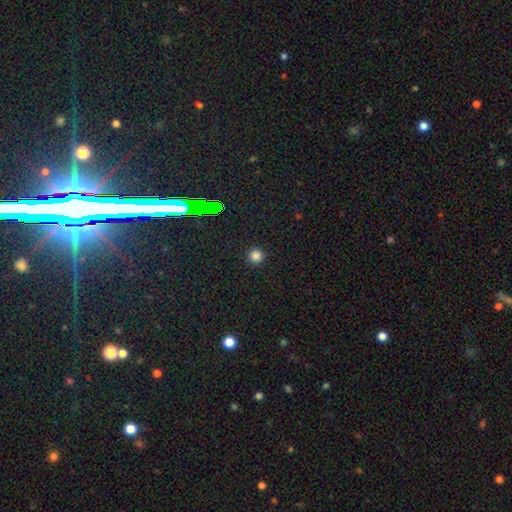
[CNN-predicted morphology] A smooth galaxy with no disk features (81%) that is round (95%).

Vote fractions:
- Smooth or featured? smooth: 81% / star or artifact: 16% / featured or disk: 3%
- How rounded? round: 95% / in between: 4% / cigar-shaped: 1%
- Merging? none: 92% / minor disturbance: 5% / major disturbance: 2% / merger: 1%